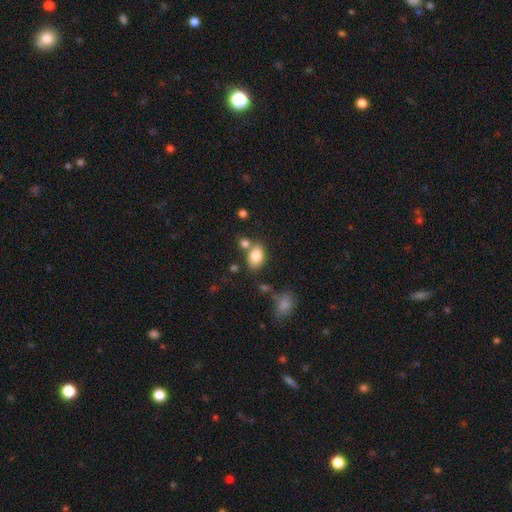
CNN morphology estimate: smooth-or-featured: smooth: 83% | star or artifact: 9% | featured or disk: 8%
  how-rounded: in between: 86% | round: 12% | cigar-shaped: 2%
  merging: none: 64% | merger: 18% | minor disturbance: 14% | major disturbance: 4%